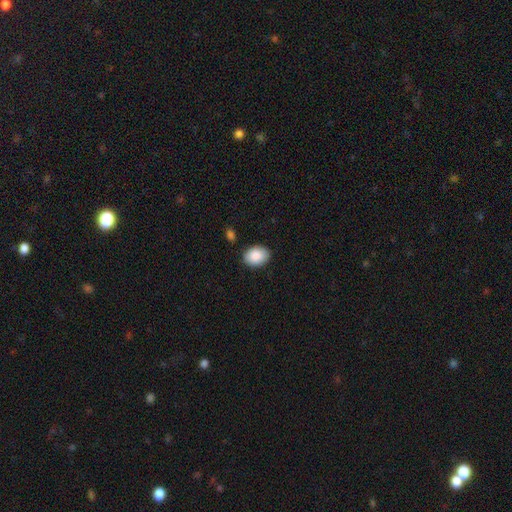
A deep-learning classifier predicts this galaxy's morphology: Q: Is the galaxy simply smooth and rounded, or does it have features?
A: smooth — 88%.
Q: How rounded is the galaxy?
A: in between — 72%.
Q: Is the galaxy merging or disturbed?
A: none — 85%.